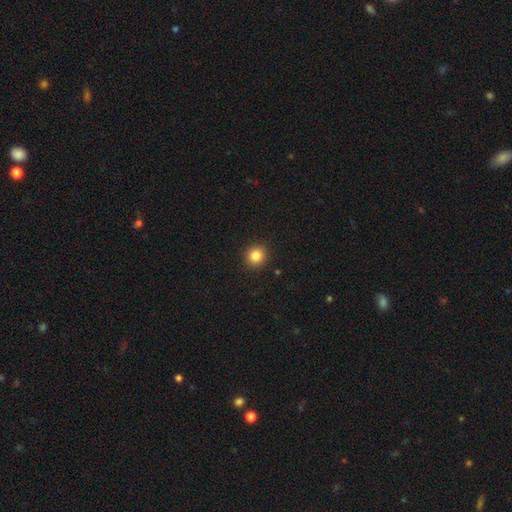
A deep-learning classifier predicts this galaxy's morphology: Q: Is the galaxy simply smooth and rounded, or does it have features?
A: smooth — 84%.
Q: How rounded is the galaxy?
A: round — 90%.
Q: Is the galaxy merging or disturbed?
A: none — 92%.